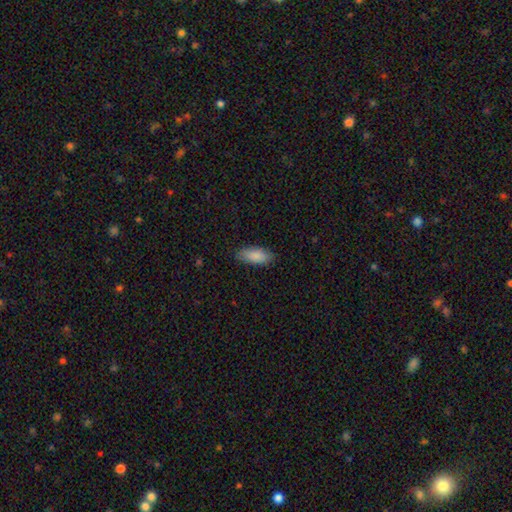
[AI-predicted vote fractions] Overall: smooth (87%). How rounded: in between (82%). Merging: none (85%).